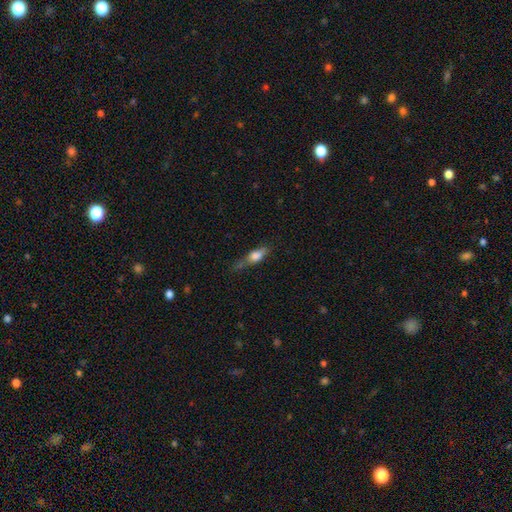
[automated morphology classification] The model was most divided on "how rounded" (2-way tie): in between: 47%, cigar-shaped: 47%, round: 6%. Remaining: smooth or featured — smooth (62%); merging — none (50%).